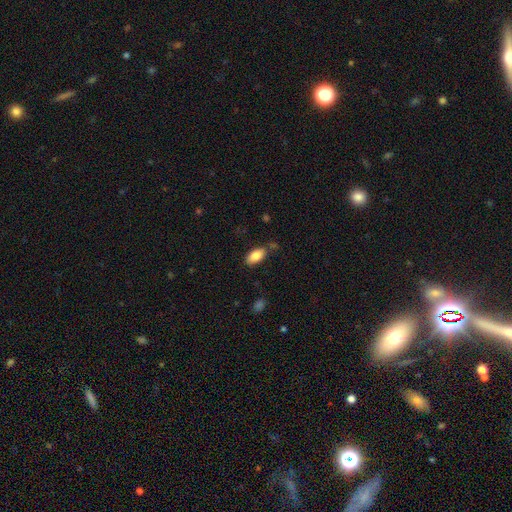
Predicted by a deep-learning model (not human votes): The model was most divided on "merging": none: 77%, minor disturbance: 15%, merger: 4%, major disturbance: 3%. More confident: how rounded — in between (93%); smooth or featured — smooth (86%).